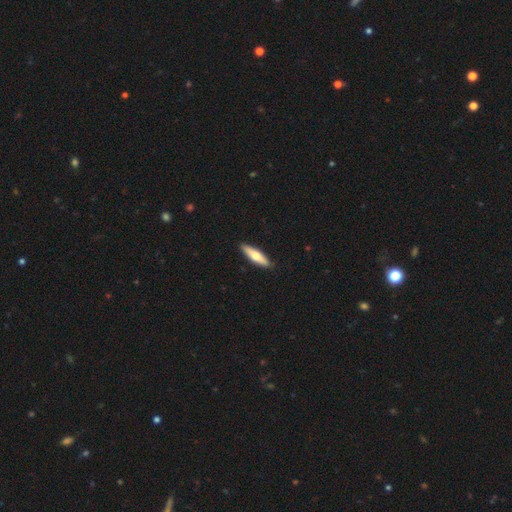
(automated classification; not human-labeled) The model was most divided on "smooth or featured": smooth: 56%, featured or disk: 39%, star or artifact: 5%. More confident: merging — none (90%); how rounded — cigar-shaped (70%).